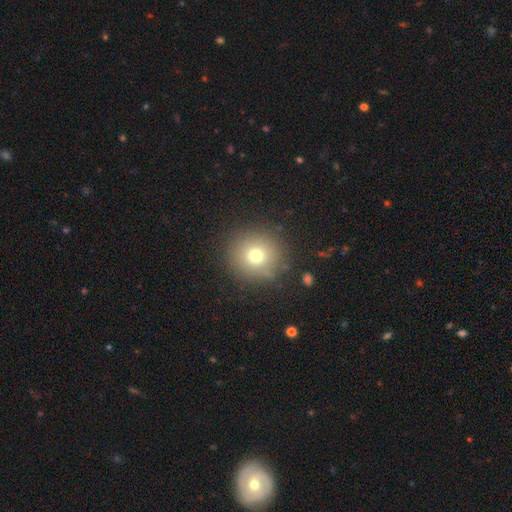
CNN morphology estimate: Smooth or featured?
  - smooth: 74% *
  - star or artifact: 15%
  - featured or disk: 12%
How rounded?
  - round: 93% *
  - in between: 6%
  - cigar-shaped: 1%
Merging?
  - none: 87% *
  - minor disturbance: 8%
  - major disturbance: 3%
  - merger: 2%